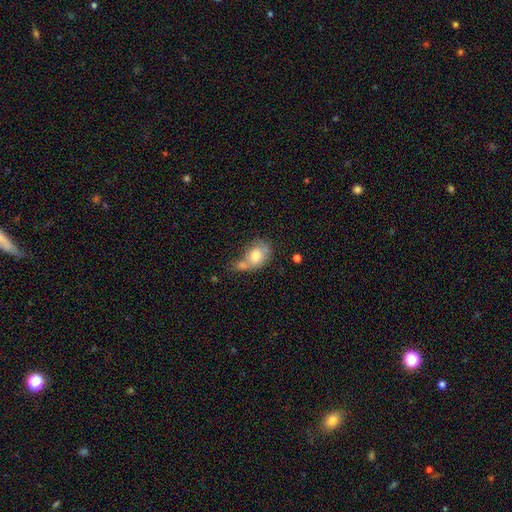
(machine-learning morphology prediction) type=smooth (70%); roundness=in between (65%); merging=merger (48%).